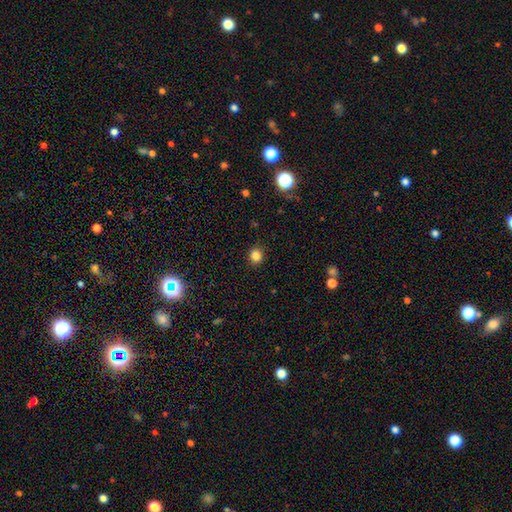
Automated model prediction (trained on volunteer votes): smooth-or-featured: smooth: 83% | star or artifact: 13% | featured or disk: 4%
  how-rounded: round: 81% | in between: 18% | cigar-shaped: 1%
  merging: none: 90% | minor disturbance: 7% | major disturbance: 2% | merger: 1%